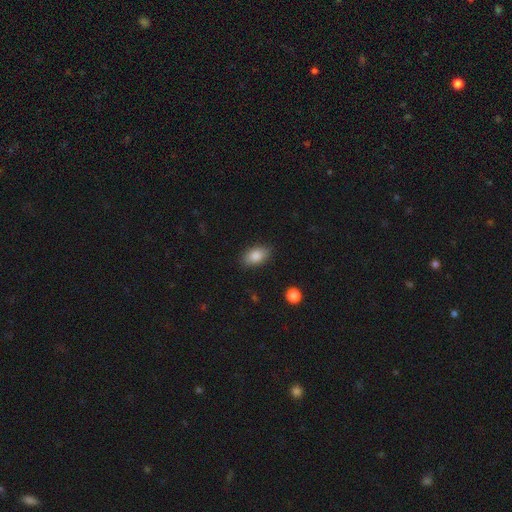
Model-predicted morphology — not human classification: Smooth or featured? Predicted: smooth (p=0.86). How rounded? Predicted: in between (p=0.91). Merging? Predicted: none (p=0.85).